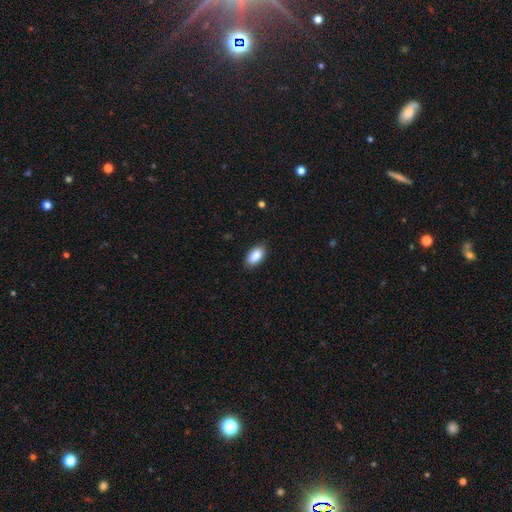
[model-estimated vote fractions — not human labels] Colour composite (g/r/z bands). It shows a smooth galaxy with no disk features (89%) that is in between round and cigar-shaped (94%). Merging: none (86%).